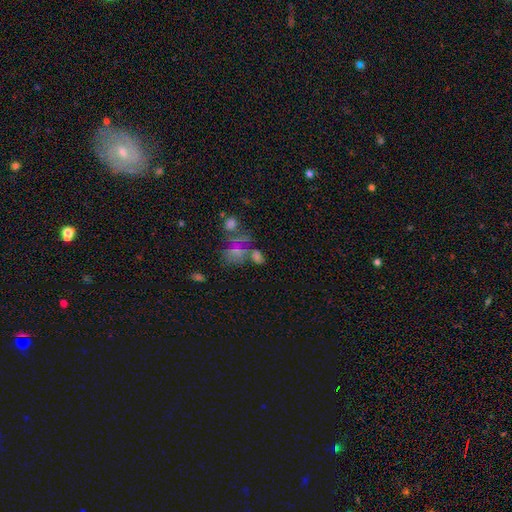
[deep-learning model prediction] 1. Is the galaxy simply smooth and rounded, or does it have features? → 40% smooth, 32% star or artifact, 28% featured or disk.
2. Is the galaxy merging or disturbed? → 36% none, 33% merger, 16% major disturbance, 15% minor disturbance.